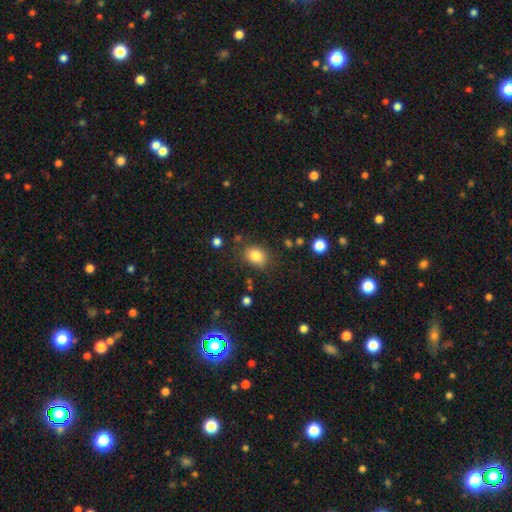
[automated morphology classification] A smooth galaxy with no disk features (84%) that is in between round and cigar-shaped (56%). Merging: none (79%).